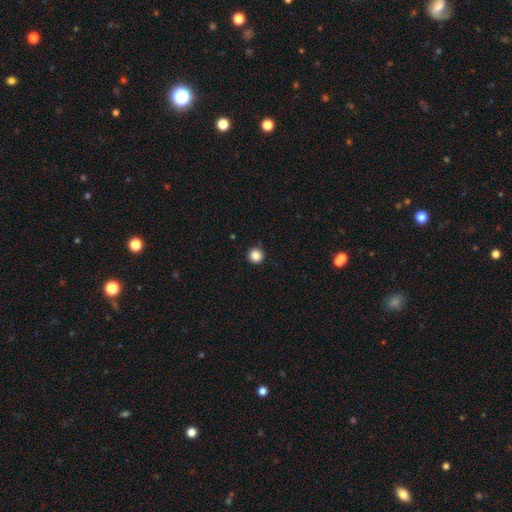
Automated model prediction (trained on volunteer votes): Morphology: type=smooth (86%); roundness=round (95%); merging=none (92%).